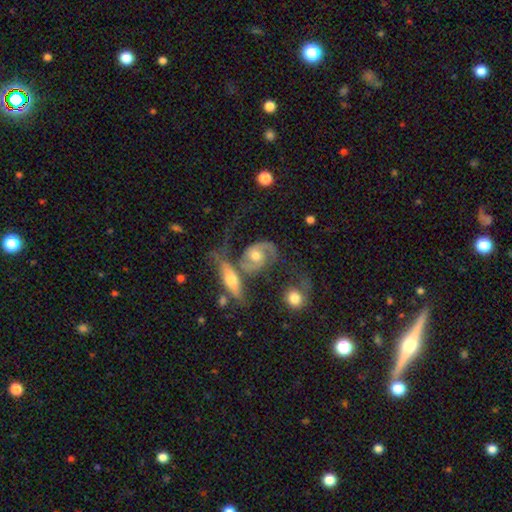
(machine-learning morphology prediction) Smooth or featured? Predicted: featured or disk (p=0.83). Edge-on disk? Predicted: no (p=0.95). Bar? Predicted: no (p=0.64). Spiral arms? Predicted: yes (p=0.93). Spiral winding? Predicted: medium (p=0.50). Spiral arm count? Predicted: 2 (p=0.86). Bulge size? Predicted: moderate (p=0.72). Merging? Predicted: none (p=0.35).